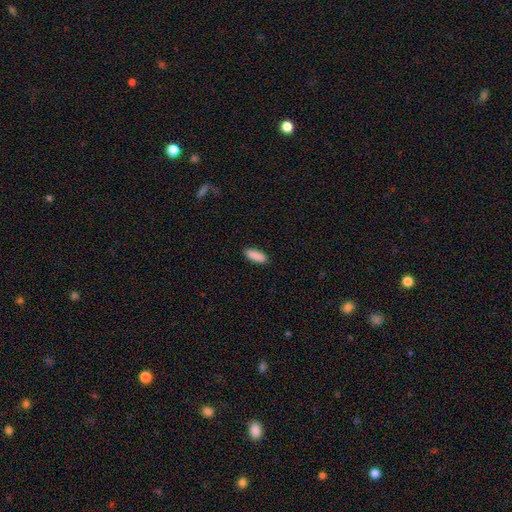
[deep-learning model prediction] A smooth galaxy with no disk features (89%) that is in between round and cigar-shaped (65%). Merging: none (89%).